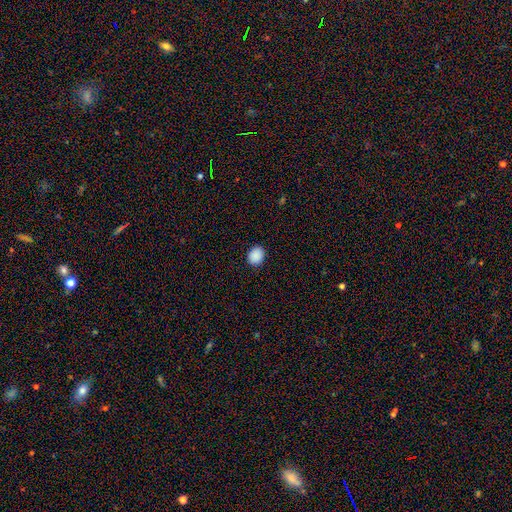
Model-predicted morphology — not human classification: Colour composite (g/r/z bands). It shows a smooth galaxy with no disk features (90%) that is round (54%). Merging: none (90%).